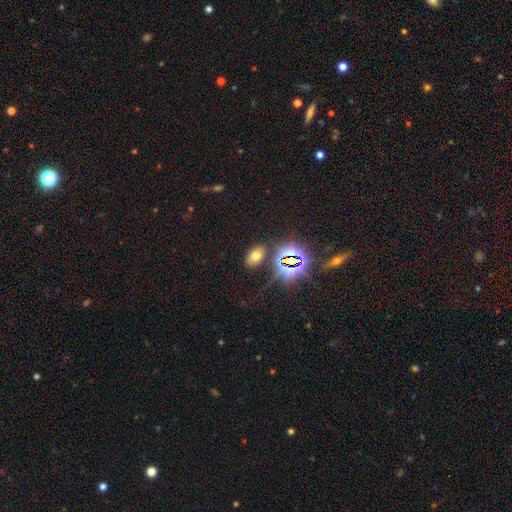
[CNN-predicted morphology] Overall: smooth (54%; star or artifact 33%). How rounded: in between (89%). Merging: none (83%).